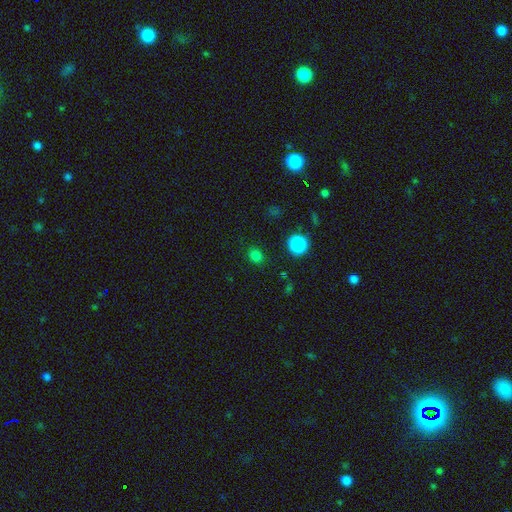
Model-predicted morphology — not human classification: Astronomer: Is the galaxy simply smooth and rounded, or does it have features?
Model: smooth — 77%.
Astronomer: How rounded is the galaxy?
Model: round — 63%.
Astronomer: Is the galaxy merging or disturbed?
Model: none — 86%.